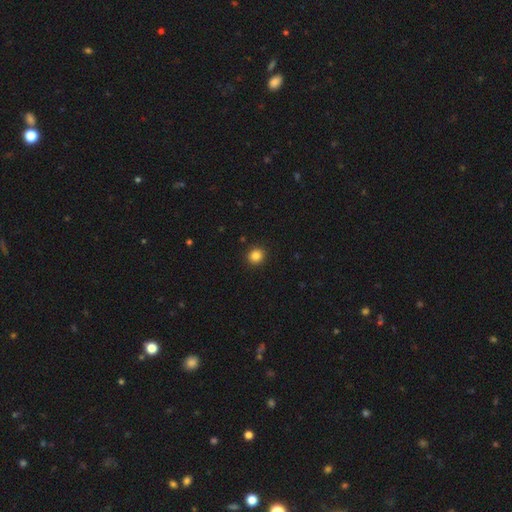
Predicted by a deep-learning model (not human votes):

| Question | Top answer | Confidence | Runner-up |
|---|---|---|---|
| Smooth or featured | smooth | 85% | star or artifact (11%) |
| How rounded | round | 91% | in between (8%) |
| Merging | none | 92% | minor disturbance (5%) |